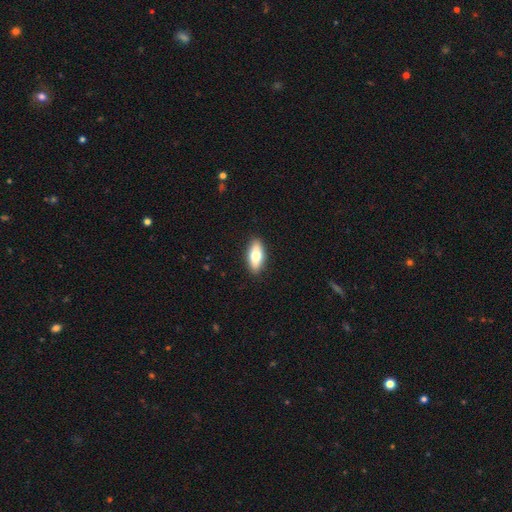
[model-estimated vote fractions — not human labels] This appears to be a smooth galaxy with no disk features (70%) that is in between round and cigar-shaped (78%). Merging: none (90%).